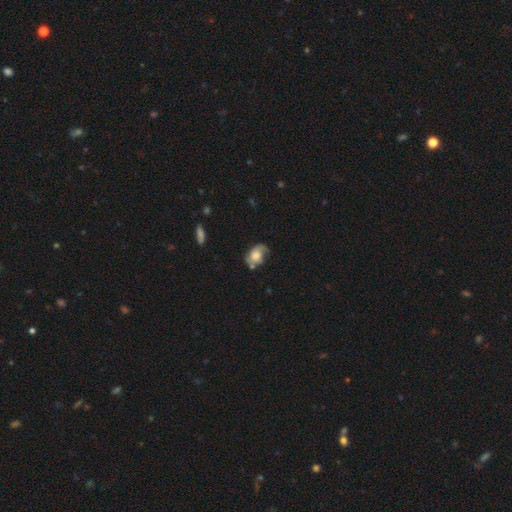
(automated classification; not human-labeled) Smooth or featured?
  - featured or disk: 56% *
  - smooth: 36%
  - star or artifact: 8%
Edge-on disk?
  - no: 96% *
  - yes: 4%
Bar?
  - no: 75% *
  - weak: 22%
  - strong: 4%
Spiral arms?
  - yes: 84% *
  - no: 16%
Bulge size?
  - moderate: 41% *
  - large: 33%
  - small: 15%
  - none: 7%
  - dominant: 4%
Merging?
  - none: 50% *
  - minor disturbance: 29%
  - major disturbance: 15%
  - merger: 6%